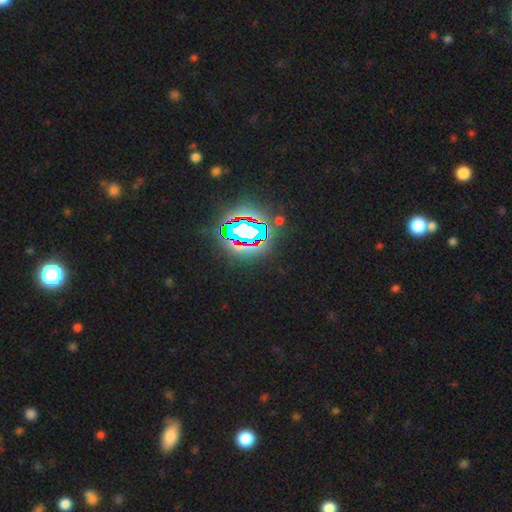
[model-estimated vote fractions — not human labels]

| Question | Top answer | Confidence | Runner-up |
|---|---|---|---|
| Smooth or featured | star or artifact | 82% | smooth (11%) |